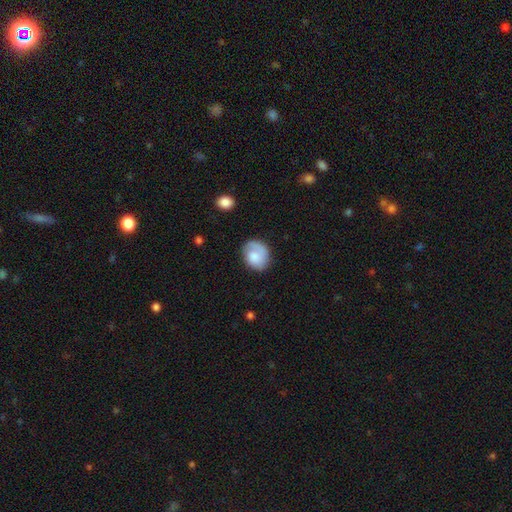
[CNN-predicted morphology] Q: Smooth or featured?
A: smooth (61%); runner-up: featured or disk (33%)
Q: How rounded?
A: round (54%); runner-up: in between (45%)
Q: Merging?
A: none (64%); runner-up: minor disturbance (22%)